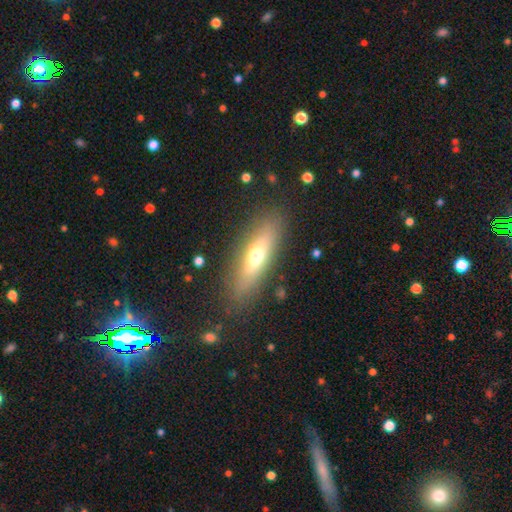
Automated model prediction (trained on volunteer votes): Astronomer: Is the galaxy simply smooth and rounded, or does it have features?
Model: smooth — 53% (runner-up: featured or disk, 39%).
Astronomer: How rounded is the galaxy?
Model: cigar-shaped — 54% (runner-up: in between, 43%).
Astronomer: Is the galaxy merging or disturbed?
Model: none — 84%.